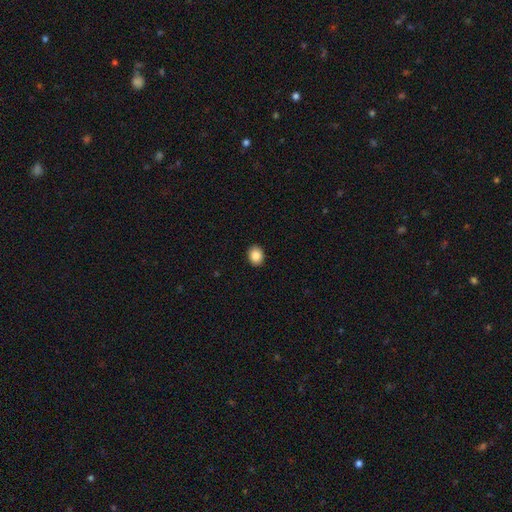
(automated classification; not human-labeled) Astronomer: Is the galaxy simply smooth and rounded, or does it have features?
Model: smooth — 86%.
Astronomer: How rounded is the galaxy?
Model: in between — 54% (runner-up: round, 45%).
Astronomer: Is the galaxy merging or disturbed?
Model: none — 92%.